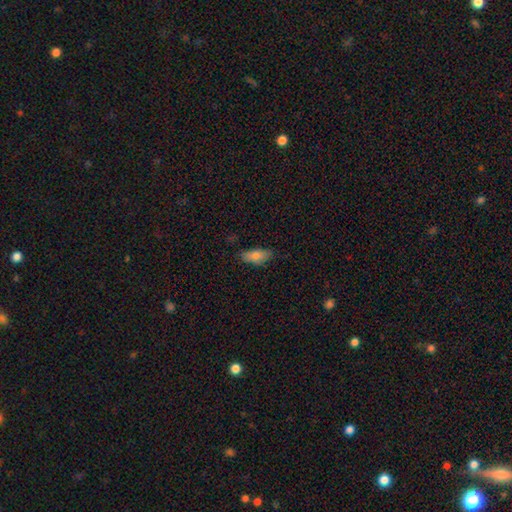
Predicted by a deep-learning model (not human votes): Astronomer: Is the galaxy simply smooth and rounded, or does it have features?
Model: smooth — 79%.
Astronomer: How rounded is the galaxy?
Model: in between — 84%.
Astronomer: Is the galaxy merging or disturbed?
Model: none — 75%.